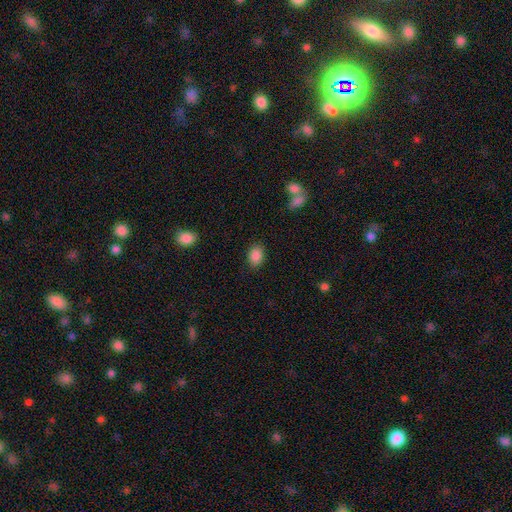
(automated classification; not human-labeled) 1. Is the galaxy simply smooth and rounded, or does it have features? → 88% smooth, 9% star or artifact, 4% featured or disk.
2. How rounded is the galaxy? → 69% in between, 29% round, 1% cigar-shaped.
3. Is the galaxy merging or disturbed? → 86% none, 10% minor disturbance, 3% major disturbance, 1% merger.